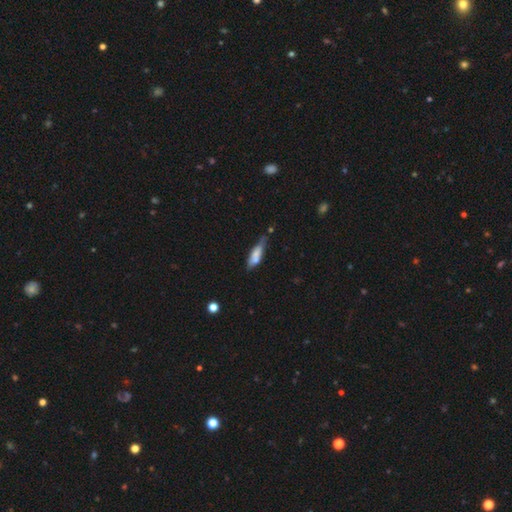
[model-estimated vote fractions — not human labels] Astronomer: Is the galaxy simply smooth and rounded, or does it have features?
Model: smooth — 65%.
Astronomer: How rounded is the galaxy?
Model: cigar-shaped — 63%.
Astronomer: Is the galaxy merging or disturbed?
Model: none — 45% (runner-up: minor disturbance, 33%).